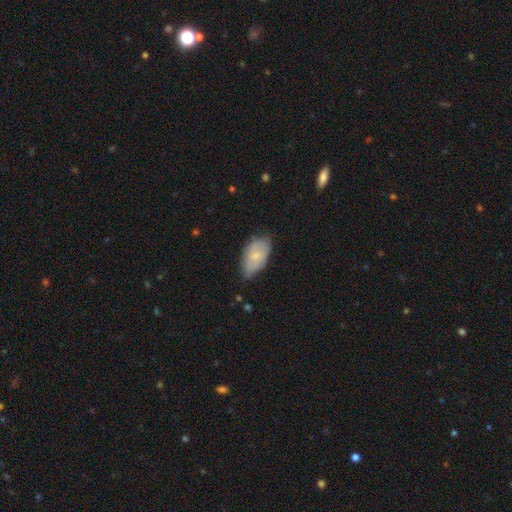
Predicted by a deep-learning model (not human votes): smooth_or_featured: smooth (p=0.64) [alt: featured or disk p=0.30]
how_rounded: in between (p=0.94) [alt: round p=0.04]
merging: none (p=0.63) [alt: minor disturbance p=0.30]